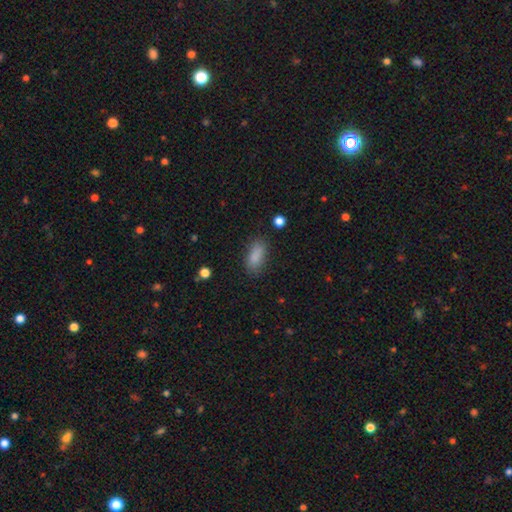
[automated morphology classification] smooth_or_featured: smooth (p=0.85) [alt: star or artifact p=0.09]
how_rounded: in between (p=0.81) [alt: cigar-shaped p=0.16]
merging: none (p=0.79) [alt: minor disturbance p=0.15]